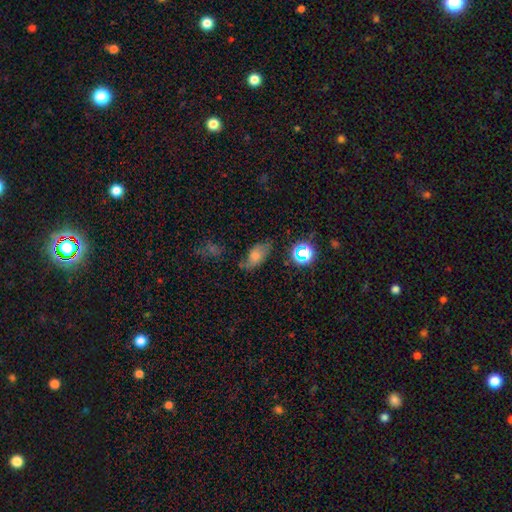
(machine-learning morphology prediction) This is likely a smooth galaxy (64%). How rounded: clearly in between (86%). Merging: possibly none (55%).